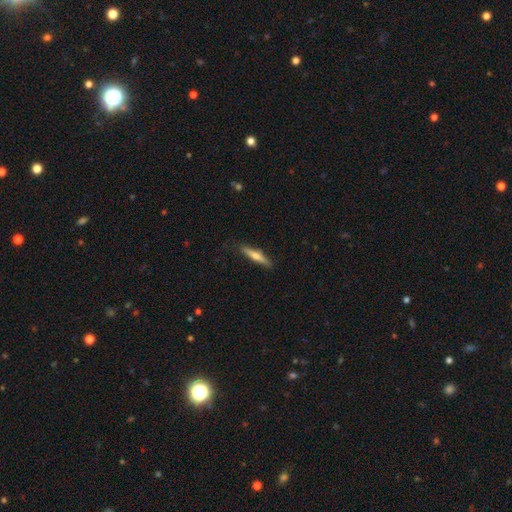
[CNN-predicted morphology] smooth-or-featured: smooth: 55% | featured or disk: 39% | star or artifact: 6%
  how-rounded: cigar-shaped: 90% | in between: 9% | round: 2%
  merging: none: 87% | minor disturbance: 10% | major disturbance: 2% | merger: 1%